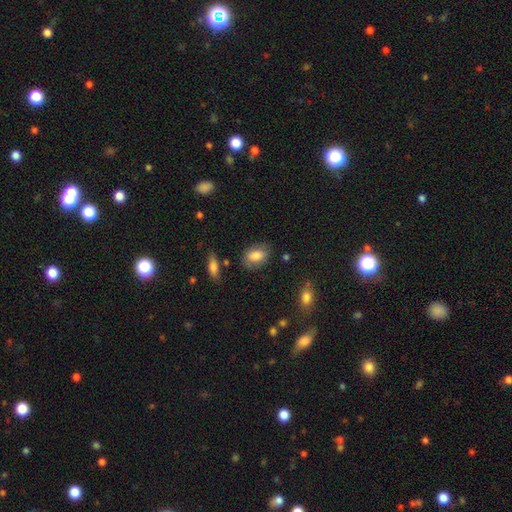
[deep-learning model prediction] smooth_or_featured: smooth (p=0.81) [alt: featured or disk p=0.12]
how_rounded: in between (p=0.86) [alt: round p=0.12]
merging: none (p=0.75) [alt: minor disturbance p=0.17]